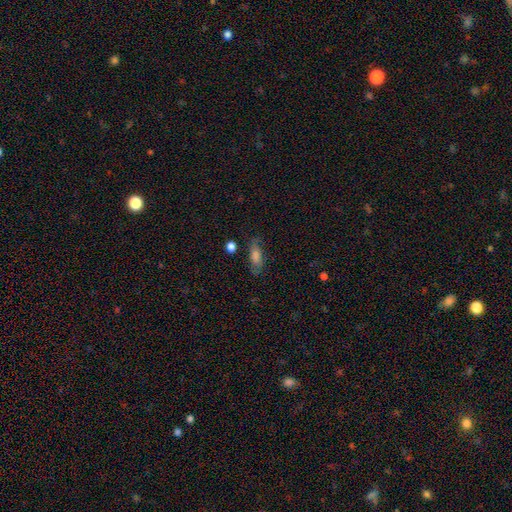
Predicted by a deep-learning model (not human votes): Smooth or featured?
  - smooth: 57% *
  - featured or disk: 29%
  - star or artifact: 14%
How rounded?
  - in between: 68% *
  - cigar-shaped: 27%
  - round: 5%
Merging?
  - none: 71% *
  - minor disturbance: 19%
  - major disturbance: 7%
  - merger: 3%